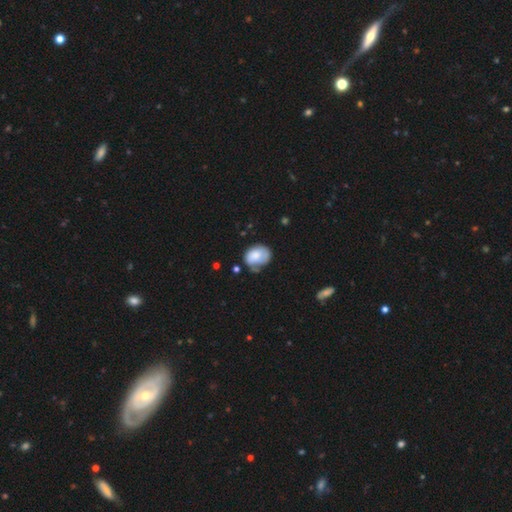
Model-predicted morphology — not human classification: Smooth or featured? smooth (71%)
How rounded? in between (55%)
Merging? none (43%)